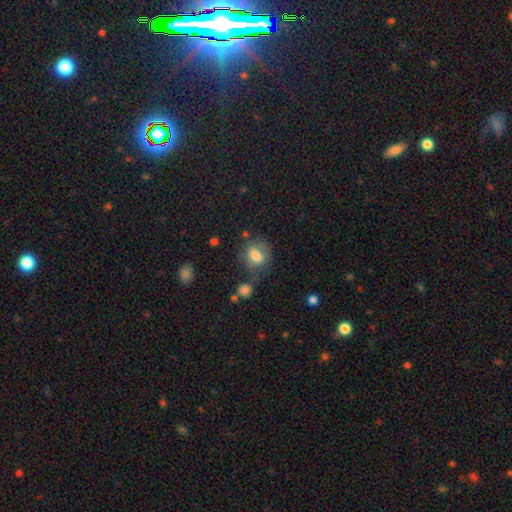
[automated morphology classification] Smooth or featured?
  - smooth: 73% *
  - featured or disk: 17%
  - star or artifact: 10%
How rounded?
  - in between: 57% *
  - round: 41%
  - cigar-shaped: 2%
Merging?
  - none: 55% *
  - minor disturbance: 23%
  - major disturbance: 14%
  - merger: 8%